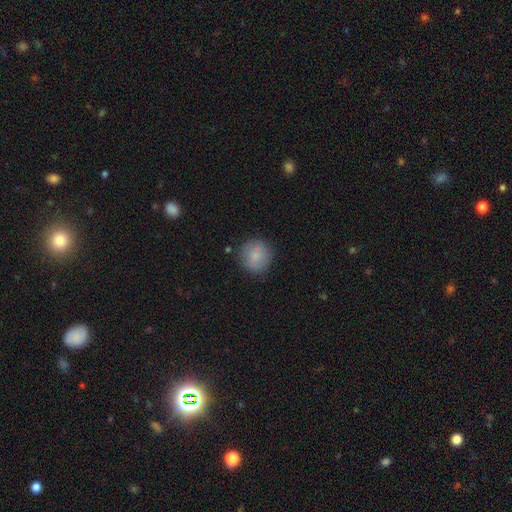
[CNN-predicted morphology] A smooth galaxy with no disk features (79%) that is round (92%).

Vote fractions:
- Smooth or featured? smooth: 79% / featured or disk: 12% / star or artifact: 9%
- How rounded? round: 92% / in between: 7% / cigar-shaped: 1%
- Merging? none: 78% / minor disturbance: 13% / merger: 5% / major disturbance: 4%